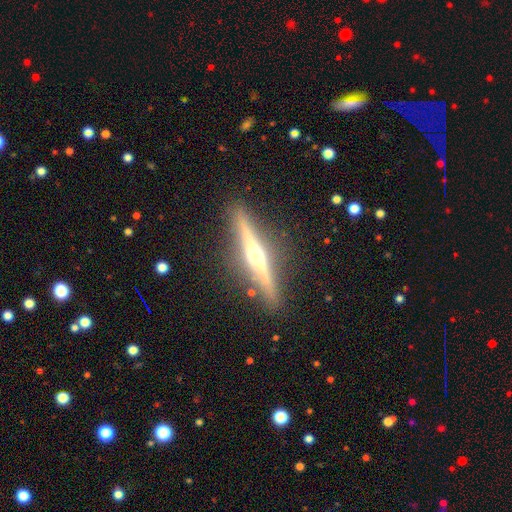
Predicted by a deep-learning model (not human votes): featured or disk 80%, smooth 14%, star or artifact 6%. Down the decision tree: edge-on disk — yes (98%); edge-on bulge — rounded (93%); merging — none (90%).